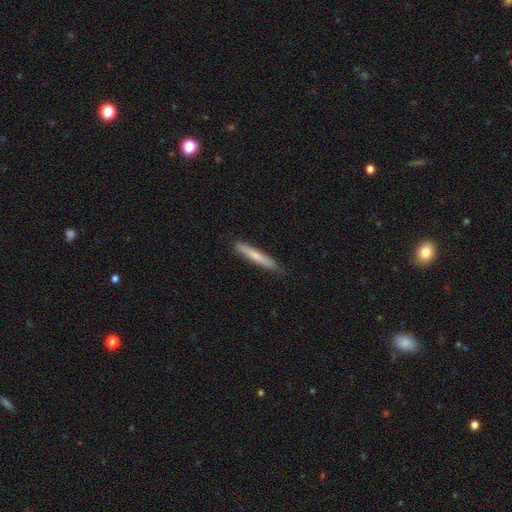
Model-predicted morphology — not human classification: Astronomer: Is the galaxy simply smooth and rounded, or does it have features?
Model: smooth — 67%.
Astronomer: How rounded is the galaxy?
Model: cigar-shaped — 95%.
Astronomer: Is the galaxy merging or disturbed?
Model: none — 84%.